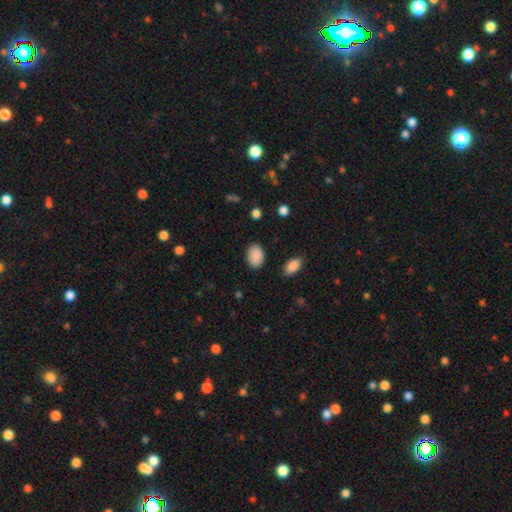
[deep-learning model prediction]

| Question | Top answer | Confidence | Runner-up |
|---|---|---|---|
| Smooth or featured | smooth | 90% | star or artifact (7%) |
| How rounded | in between | 87% | round (12%) |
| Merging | none | 86% | minor disturbance (10%) |